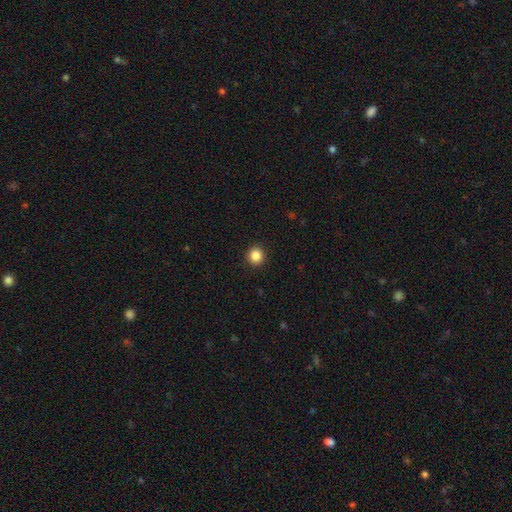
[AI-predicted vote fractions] This appears to be a smooth galaxy with no disk features (86%) that is round (92%). Merging: none (93%).